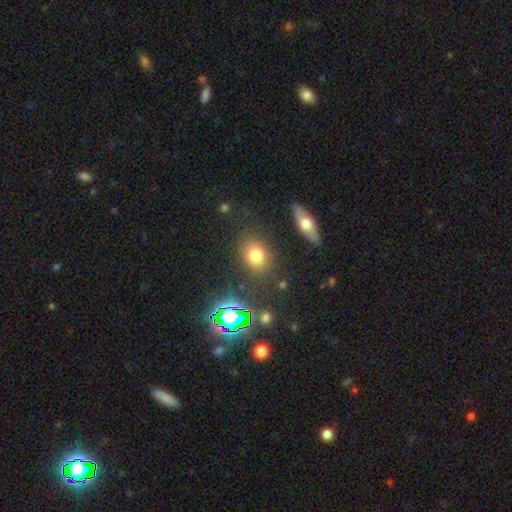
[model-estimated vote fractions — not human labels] smooth_or_featured: smooth (p=0.73) [alt: star or artifact p=0.16]
how_rounded: in between (p=0.54) [alt: round p=0.44]
merging: none (p=0.81) [alt: minor disturbance p=0.11]